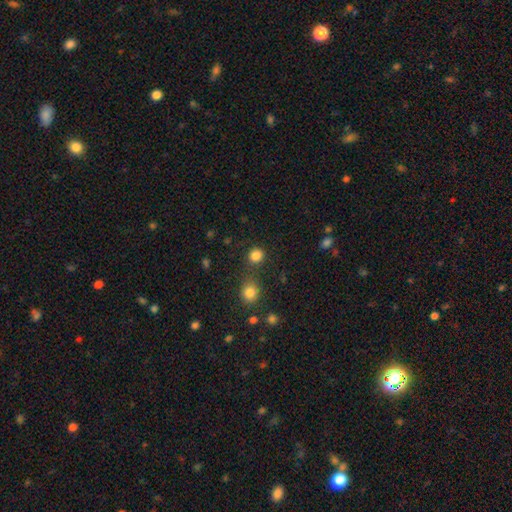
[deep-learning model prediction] Morphology: type=smooth (83%); roundness=round (84%); merging=none (78%).